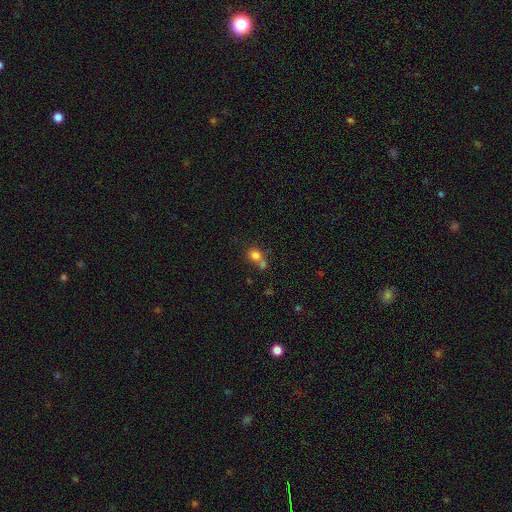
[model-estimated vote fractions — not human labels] smooth-or-featured: smooth: 78% | star or artifact: 12% | featured or disk: 10%
  how-rounded: round: 64% | in between: 35% | cigar-shaped: 1%
  merging: merger: 44% | none: 40% | minor disturbance: 11% | major disturbance: 5%